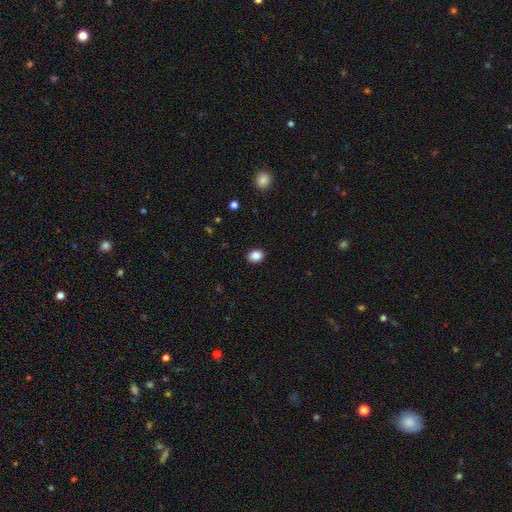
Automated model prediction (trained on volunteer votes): Smooth or featured? Predicted: smooth (p=0.87). How rounded? Predicted: in between (p=0.54). Merging? Predicted: none (p=0.90).